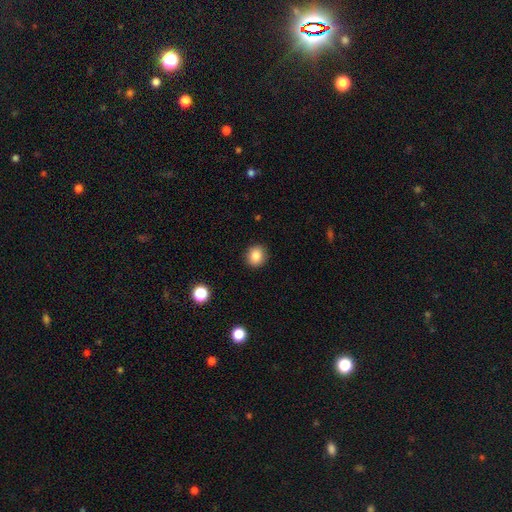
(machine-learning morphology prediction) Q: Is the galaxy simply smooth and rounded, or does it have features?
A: smooth — 85%.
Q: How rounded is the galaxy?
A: round — 83%.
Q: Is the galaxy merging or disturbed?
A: none — 91%.